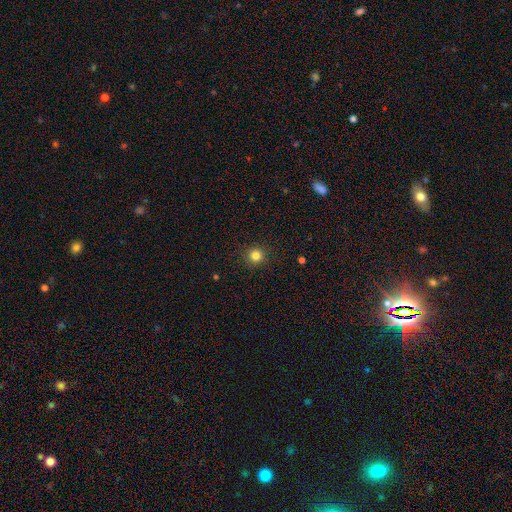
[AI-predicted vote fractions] A smooth galaxy with no disk features (82%) that is round (94%). Merging: none (91%).